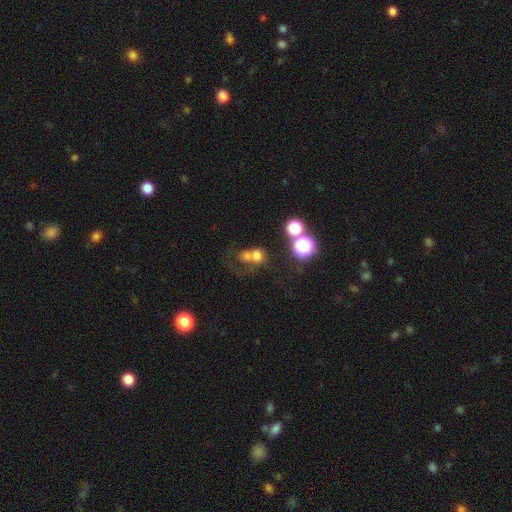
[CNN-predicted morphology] A smooth galaxy with no disk features (65%) that is round (75%). Merging: merger (43%).